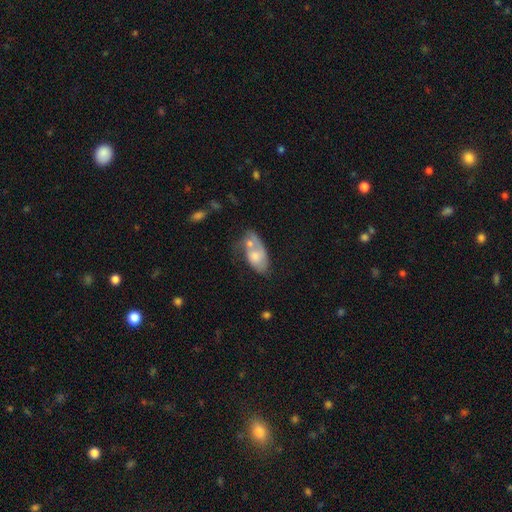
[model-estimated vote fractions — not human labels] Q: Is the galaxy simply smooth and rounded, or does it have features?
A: smooth — 60%.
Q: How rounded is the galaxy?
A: in between — 90%.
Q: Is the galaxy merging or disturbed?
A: merger — 48%.